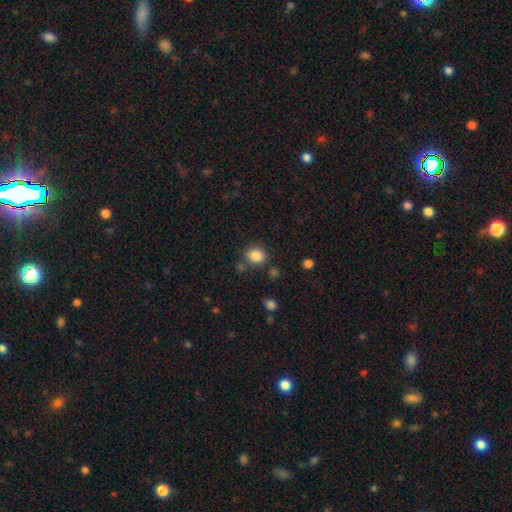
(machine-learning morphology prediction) smooth-or-featured: smooth: 85% | star or artifact: 10% | featured or disk: 5%
  how-rounded: round: 54% | in between: 45% | cigar-shaped: 1%
  merging: none: 76% | minor disturbance: 13% | merger: 7% | major disturbance: 4%